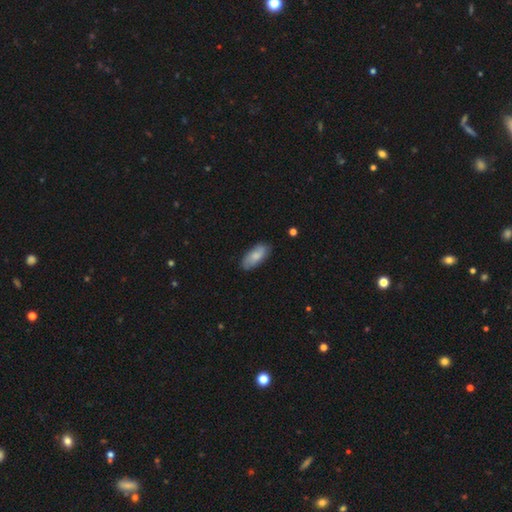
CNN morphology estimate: This is likely a smooth galaxy (74%). How rounded: clearly in between (86%). Merging: clearly none (81%).